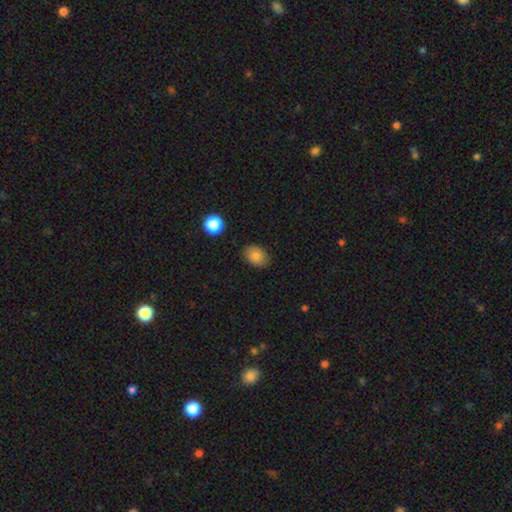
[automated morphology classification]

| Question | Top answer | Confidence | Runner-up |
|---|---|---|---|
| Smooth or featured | smooth | 83% | star or artifact (9%) |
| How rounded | in between | 72% | round (27%) |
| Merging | none | 83% | minor disturbance (12%) |